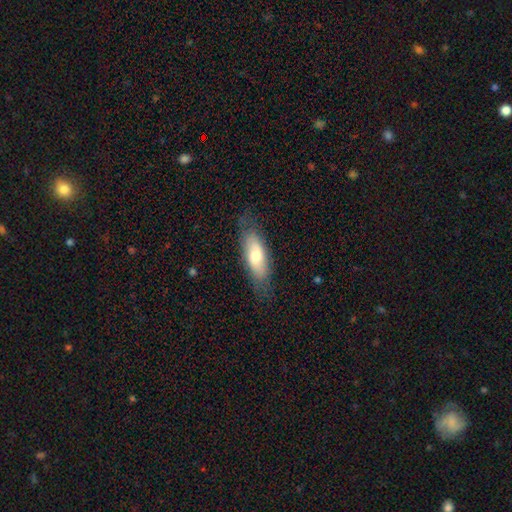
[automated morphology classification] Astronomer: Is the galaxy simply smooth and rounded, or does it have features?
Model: smooth — 66%.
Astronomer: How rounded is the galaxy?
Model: in between — 65%.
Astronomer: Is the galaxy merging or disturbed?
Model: none — 75%.